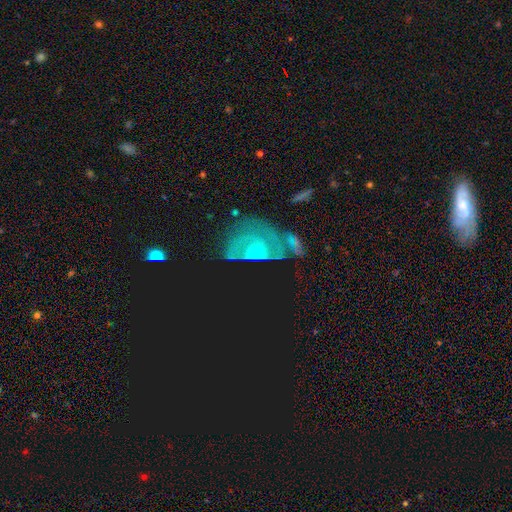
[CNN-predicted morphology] This is possibly a featured or disk galaxy (55%). It is clearly not viewed edge-on (94%). Bar: likely no (65%). Spiral arm pattern: likely yes (63%). Central bulge: possibly small (49%). Merging: marginally none (34%).